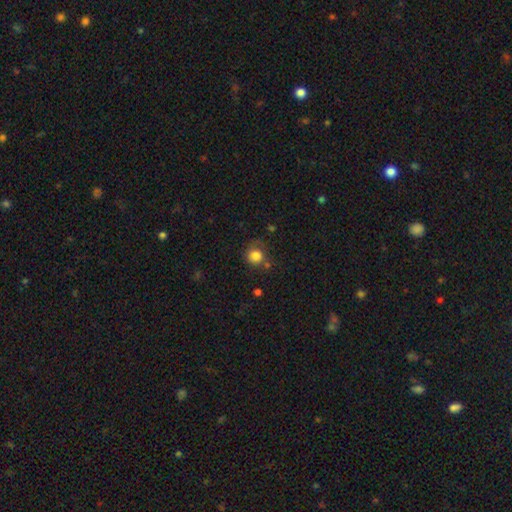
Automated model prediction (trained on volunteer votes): This appears to be a smooth galaxy with no disk features (82%) that is round (84%). Merging: none (56%).